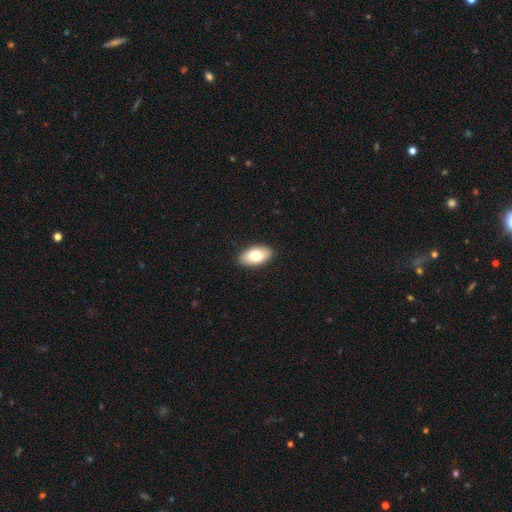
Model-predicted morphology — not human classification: Overall: smooth (78%). How rounded: in between (94%). Merging: none (90%).